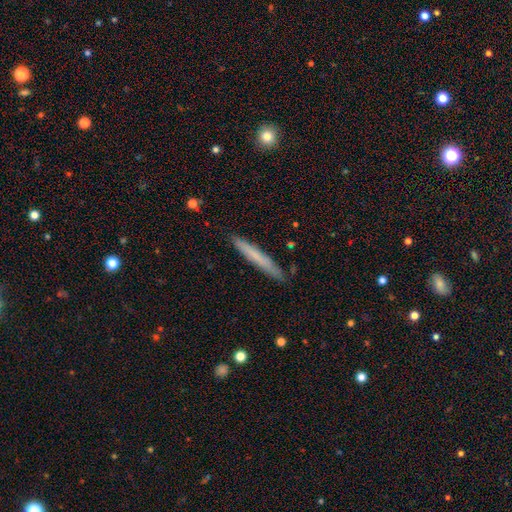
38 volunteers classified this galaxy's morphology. smooth_or_featured: smooth (p=0.66) [alt: featured or disk p=0.26]
how_rounded: cigar-shaped (p=0.96) [alt: in between p=0.04]
merging: none (p=0.94) [alt: merger p=0.06]